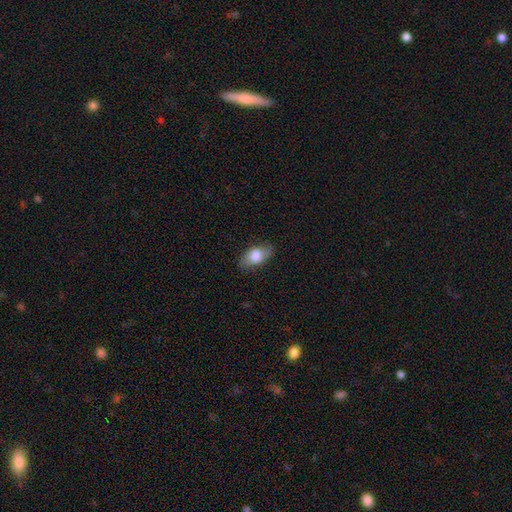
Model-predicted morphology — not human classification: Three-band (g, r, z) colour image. It shows a smooth galaxy with no disk features (75%) that is in between round and cigar-shaped (87%). Merging: none (79%).